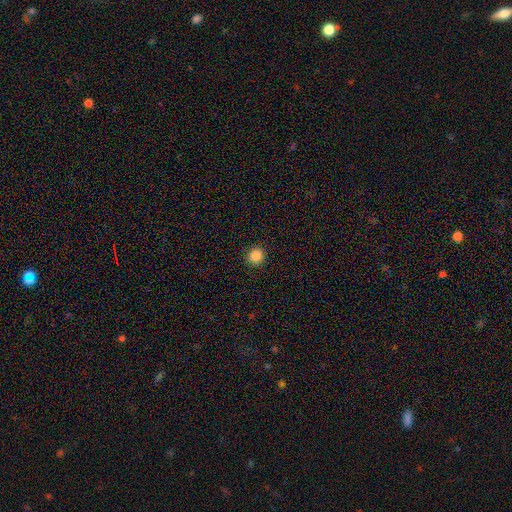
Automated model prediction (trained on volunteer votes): smooth_or_featured: smooth (p=0.86) [alt: star or artifact p=0.11]
how_rounded: round (p=0.93) [alt: in between p=0.06]
merging: none (p=0.92) [alt: minor disturbance p=0.05]